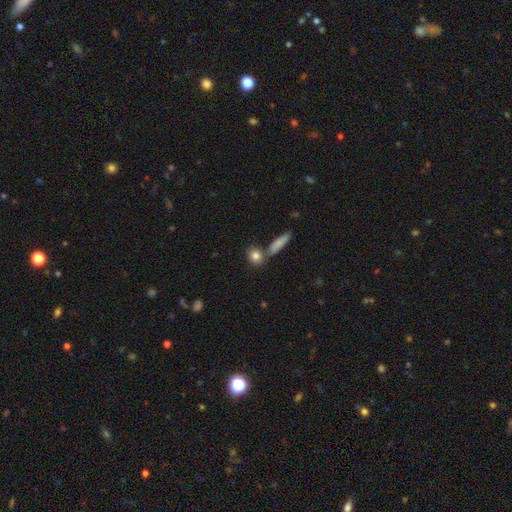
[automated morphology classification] smooth-or-featured: smooth: 82% | featured or disk: 10% | star or artifact: 9%
  how-rounded: round: 61% | in between: 30% | cigar-shaped: 8%
  merging: none: 67% | merger: 19% | minor disturbance: 11% | major disturbance: 3%